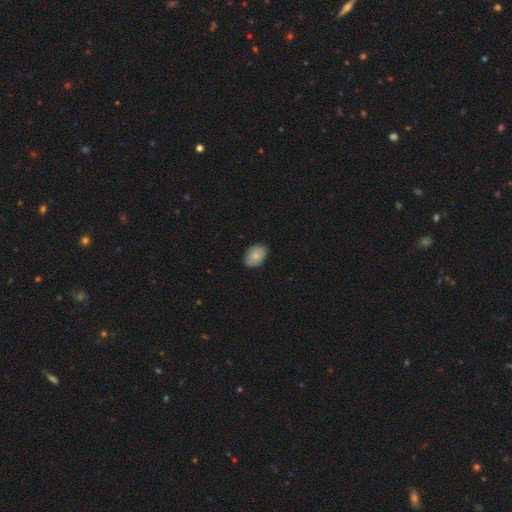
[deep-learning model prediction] smooth-or-featured: smooth: 81% | featured or disk: 12% | star or artifact: 7%
  how-rounded: in between: 84% | round: 15% | cigar-shaped: 1%
  merging: none: 82% | minor disturbance: 14% | major disturbance: 2% | merger: 1%